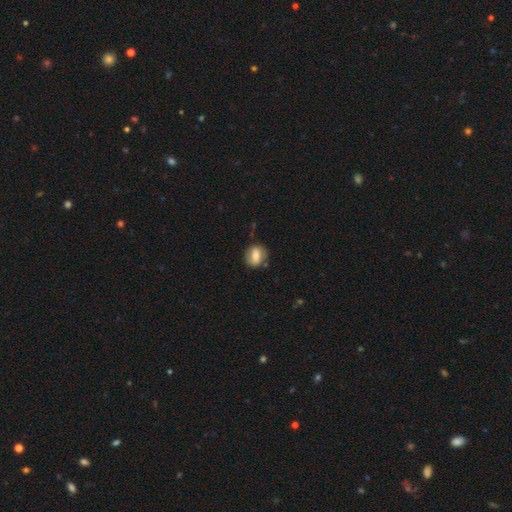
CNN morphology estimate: Overall: smooth (62%; featured or disk 30%). How rounded: round (55%; in between 43%). Merging: none (74%).